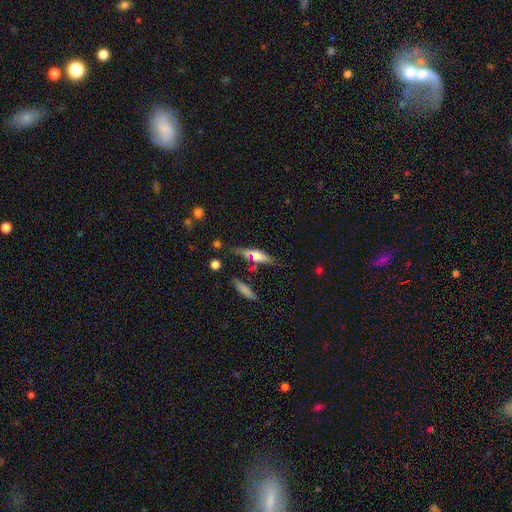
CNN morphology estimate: Smooth or featured: smooth — 48% (featured or disk — 44%)
Merging: none — 68% (minor disturbance — 17%)